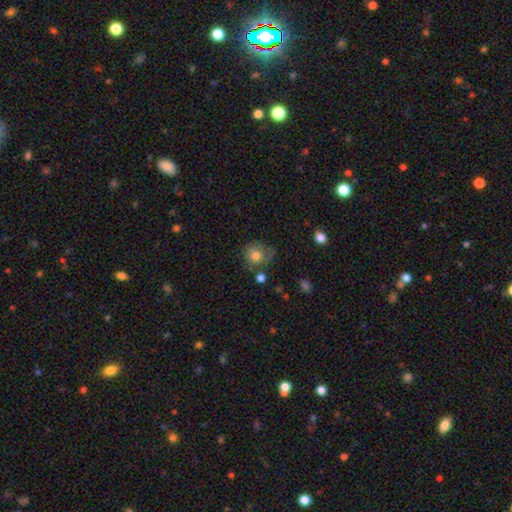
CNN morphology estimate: Smooth or featured? smooth (72%)
How rounded? round (83%)
Merging? none (56%)